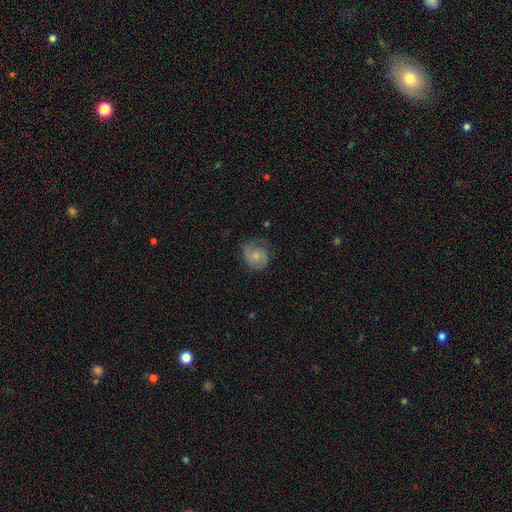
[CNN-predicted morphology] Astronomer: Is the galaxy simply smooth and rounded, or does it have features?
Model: featured or disk — 57% (runner-up: smooth, 35%).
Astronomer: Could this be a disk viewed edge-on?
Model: no — 98%.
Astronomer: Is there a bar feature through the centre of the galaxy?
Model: no — 72%.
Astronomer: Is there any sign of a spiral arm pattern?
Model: yes — 90%.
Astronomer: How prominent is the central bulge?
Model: small — 56%.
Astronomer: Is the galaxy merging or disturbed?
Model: none — 62%.